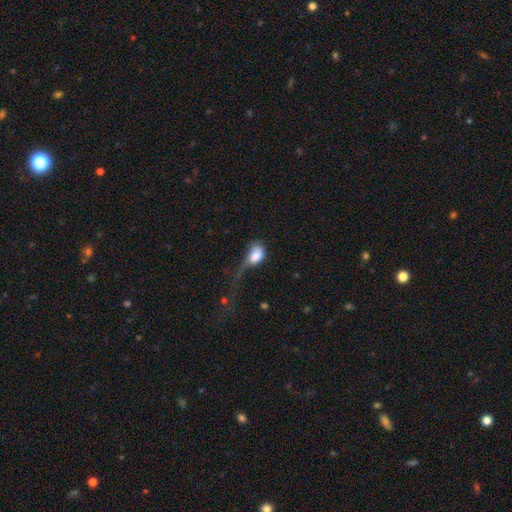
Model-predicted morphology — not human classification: Overall: smooth (77%). How rounded: in between (82%). Merging: major disturbance (61%; minor disturbance 21%).